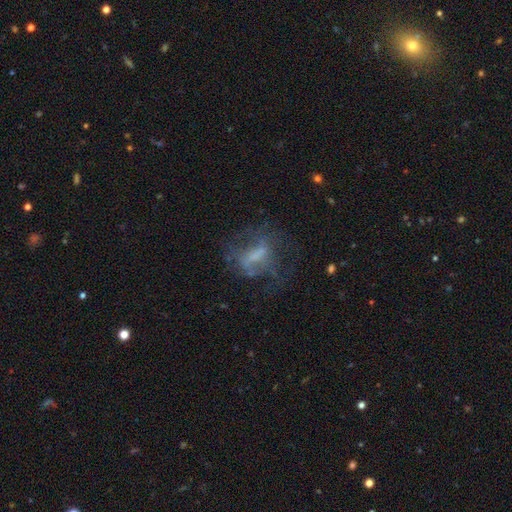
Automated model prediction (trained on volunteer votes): Morphology: type=featured or disk (53%); edge-on=no (93%); merging=none (45%).